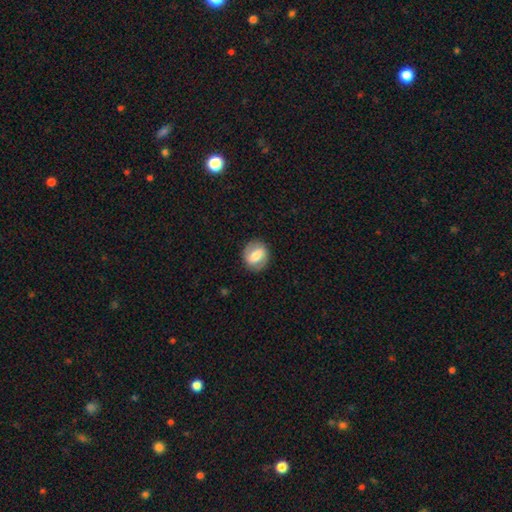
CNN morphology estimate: A smooth galaxy with no disk features (56%) that is round (65%). Merging: none (86%).